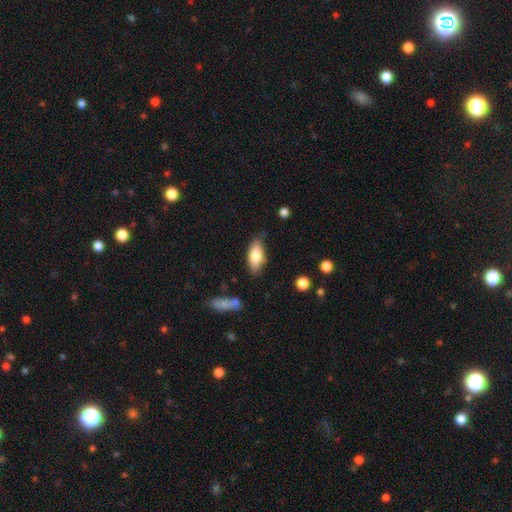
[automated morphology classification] smooth-or-featured: smooth: 74% | featured or disk: 19% | star or artifact: 6%
  how-rounded: in between: 79% | cigar-shaped: 19% | round: 2%
  merging: none: 77% | minor disturbance: 17% | major disturbance: 4% | merger: 3%